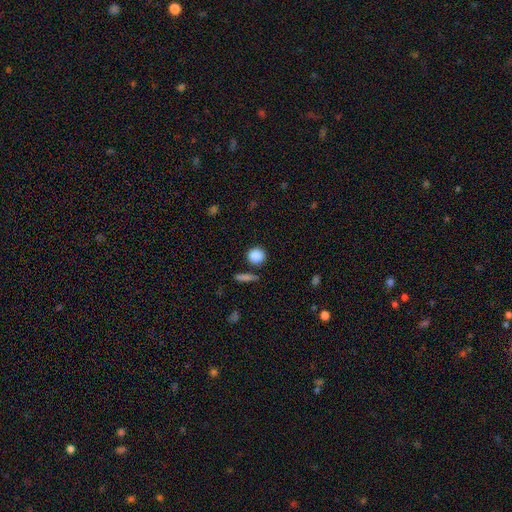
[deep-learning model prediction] smooth-or-featured: smooth: 87% | star or artifact: 9% | featured or disk: 4%
  how-rounded: round: 88% | in between: 10% | cigar-shaped: 2%
  merging: none: 82% | minor disturbance: 9% | merger: 6% | major disturbance: 3%